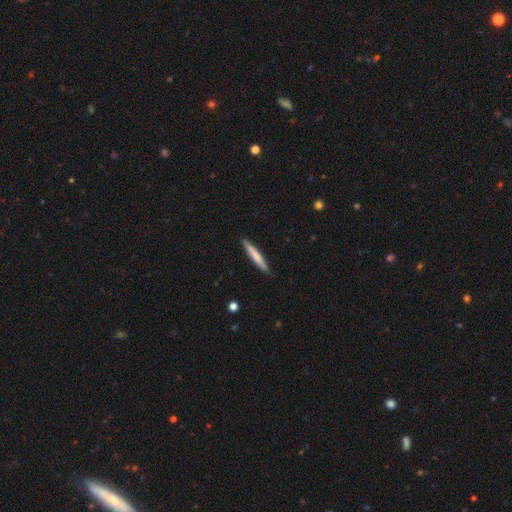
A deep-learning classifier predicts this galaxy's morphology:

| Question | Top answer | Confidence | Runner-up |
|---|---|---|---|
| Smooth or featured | smooth | 69% | featured or disk (26%) |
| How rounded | cigar-shaped | 95% | in between (4%) |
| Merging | none | 90% | minor disturbance (7%) |